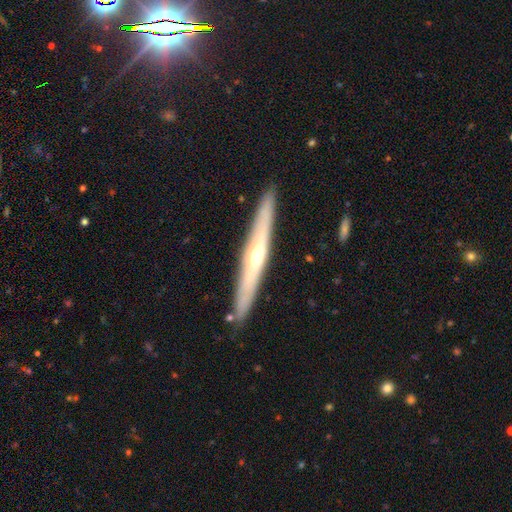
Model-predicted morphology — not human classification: Overall: featured or disk (69%). Edge-on disk: yes (93%). Edge-on bulge: rounded (76%). Merging: none (90%).